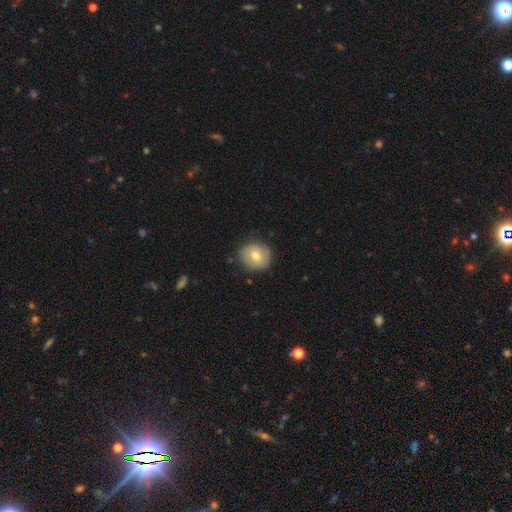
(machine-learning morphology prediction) A smooth galaxy with no disk features (66%) that is round (80%). Merging: none (78%).